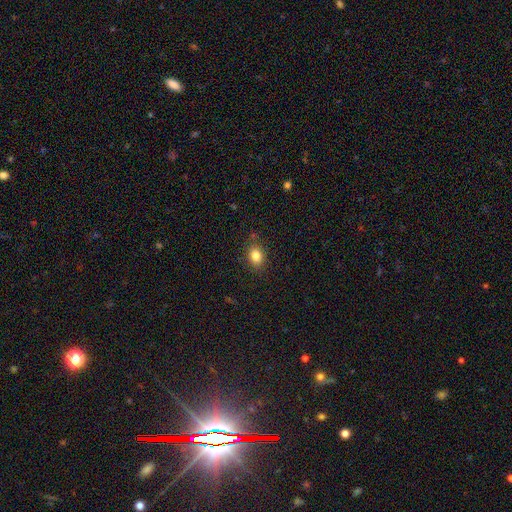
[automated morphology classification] The model was most divided on "how rounded": in between: 63%, round: 36%, cigar-shaped: 1%. More confident: merging — none (85%); smooth or featured — smooth (84%).